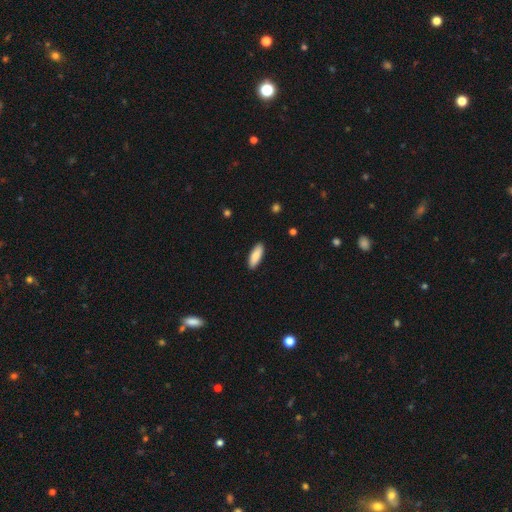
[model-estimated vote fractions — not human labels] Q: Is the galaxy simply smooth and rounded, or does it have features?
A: smooth — 88%.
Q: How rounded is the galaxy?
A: in between — 66%.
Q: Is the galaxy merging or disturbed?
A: none — 90%.